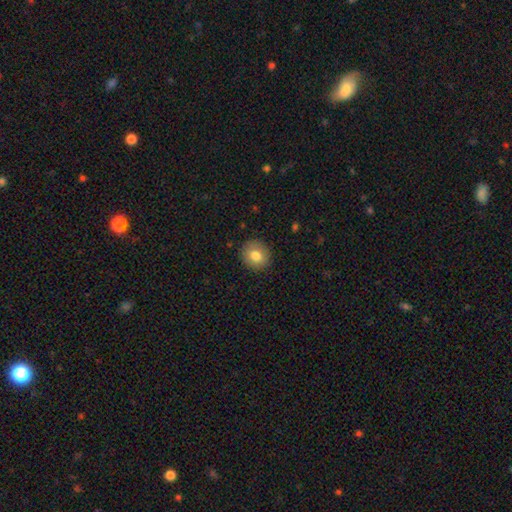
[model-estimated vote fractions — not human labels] Morphology: type=smooth (80%); roundness=round (85%); merging=none (90%).